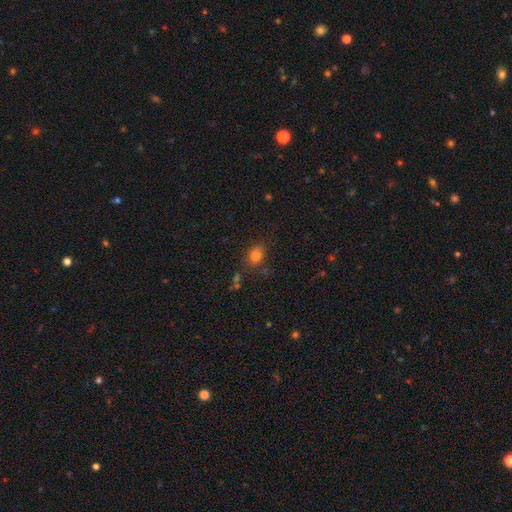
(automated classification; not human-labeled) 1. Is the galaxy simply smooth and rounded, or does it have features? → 79% smooth, 13% star or artifact, 8% featured or disk.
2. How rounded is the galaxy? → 62% in between, 36% round, 2% cigar-shaped.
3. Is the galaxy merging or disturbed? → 74% none, 17% minor disturbance, 5% major disturbance, 4% merger.